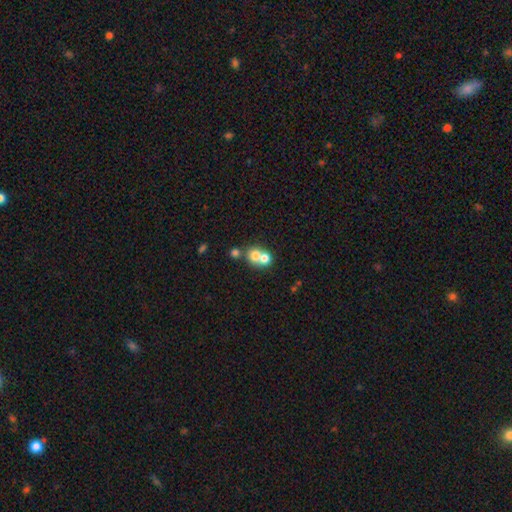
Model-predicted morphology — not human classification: smooth-or-featured: smooth: 69% | featured or disk: 19% | star or artifact: 12%
  how-rounded: round: 76% | in between: 23% | cigar-shaped: 1%
  merging: merger: 61% | none: 31% | minor disturbance: 5% | major disturbance: 3%